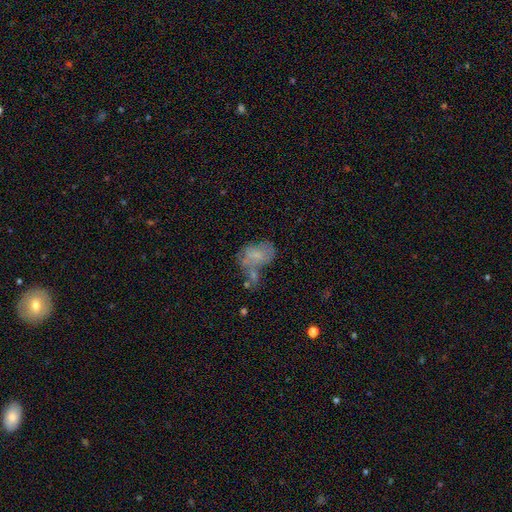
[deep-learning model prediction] Smooth or featured: smooth — 53% (featured or disk — 35%)
How rounded: in between — 83% (round — 16%)
Merging: none — 29% (merger — 27%)